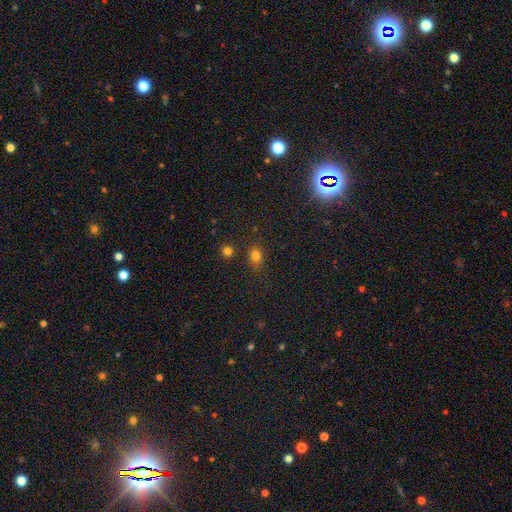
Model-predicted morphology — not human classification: This appears to be a smooth galaxy with no disk features (77%) that is in between round and cigar-shaped (55%). Merging: none (78%).